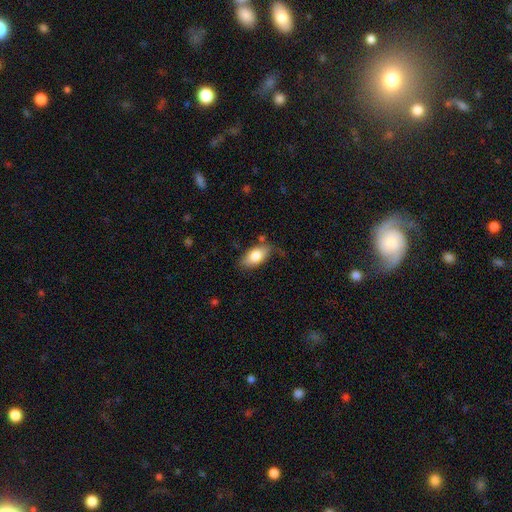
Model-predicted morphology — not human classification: This is likely a smooth galaxy (79%). How rounded: clearly in between (91%). Merging: likely none (70%).